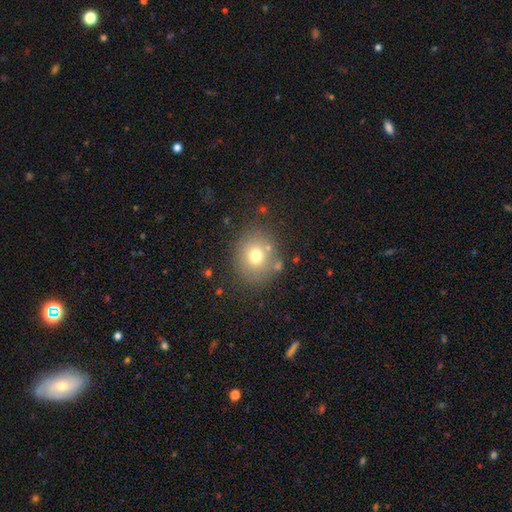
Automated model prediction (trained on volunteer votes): The model was most divided on "how rounded": round: 75%, in between: 24%, cigar-shaped: 1%. More confident: merging — none (79%); smooth or featured — smooth (71%).